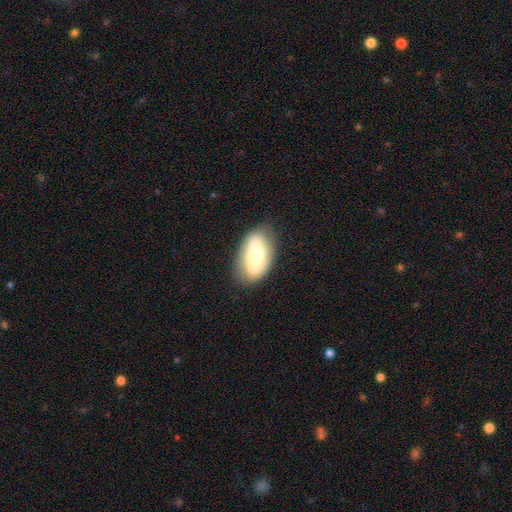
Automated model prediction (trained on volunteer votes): This appears to be a featured or disk galaxy (56%) with no bar (47%), spiral arms (88%) and a moderate central bulge (41%). Merging: none (77%).